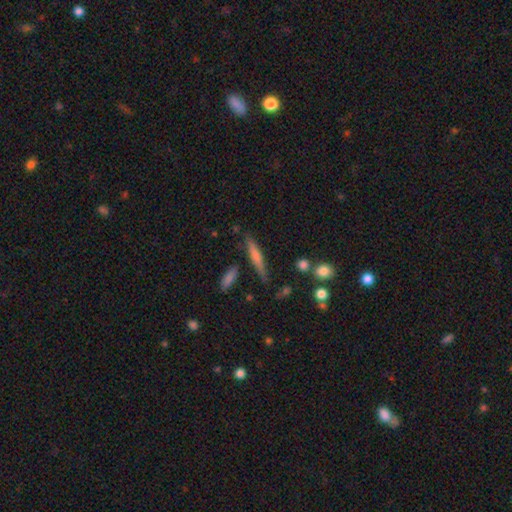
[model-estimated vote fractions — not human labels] smooth 48%, featured or disk 44%, star or artifact 9%. Down the decision tree: merging — none (79%).